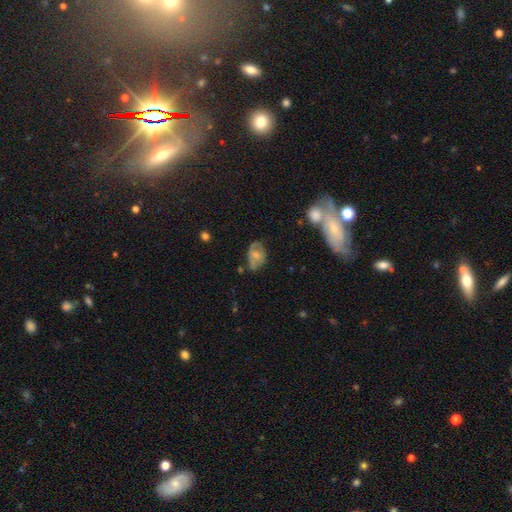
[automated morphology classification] This is possibly a smooth galaxy (53%). How rounded: clearly in between (81%). Merging: possibly none (52%).